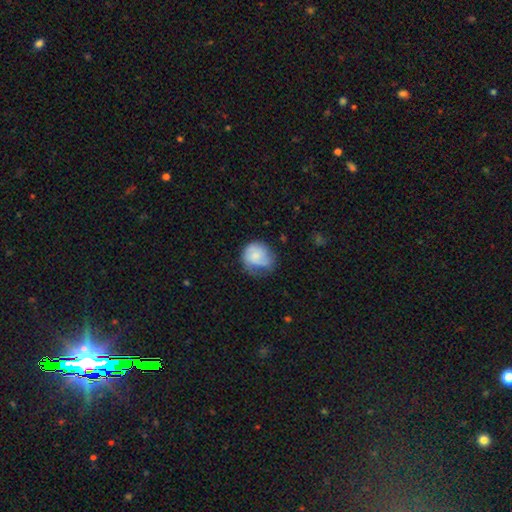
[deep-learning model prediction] smooth_or_featured: smooth (p=0.68) [alt: featured or disk p=0.24]
how_rounded: round (p=0.72) [alt: in between p=0.27]
merging: minor disturbance (p=0.39) [alt: none p=0.36]